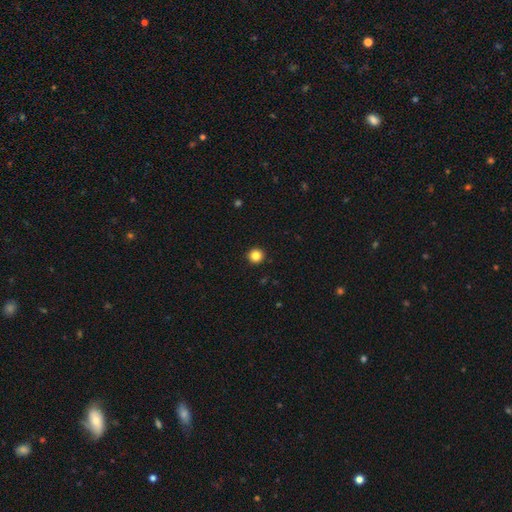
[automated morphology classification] This is clearly a smooth galaxy (84%). How rounded: clearly round (96%). Merging: clearly none (94%).